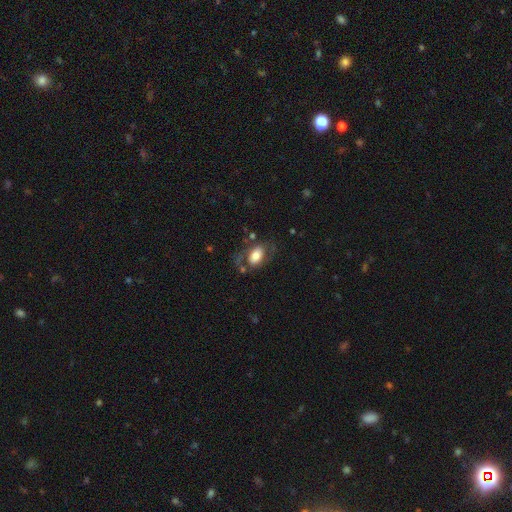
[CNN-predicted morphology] The model was most divided on "smooth or featured": smooth: 59%, featured or disk: 34%, star or artifact: 7%. More confident: how rounded — in between (86%); merging — none (57%).